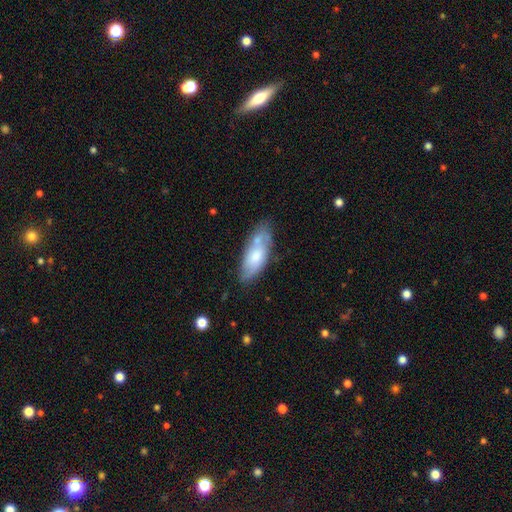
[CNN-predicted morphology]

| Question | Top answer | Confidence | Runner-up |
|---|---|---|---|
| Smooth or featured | smooth | 60% | featured or disk (33%) |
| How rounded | in between | 75% | cigar-shaped (23%) |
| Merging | none | 58% | minor disturbance (23%) |